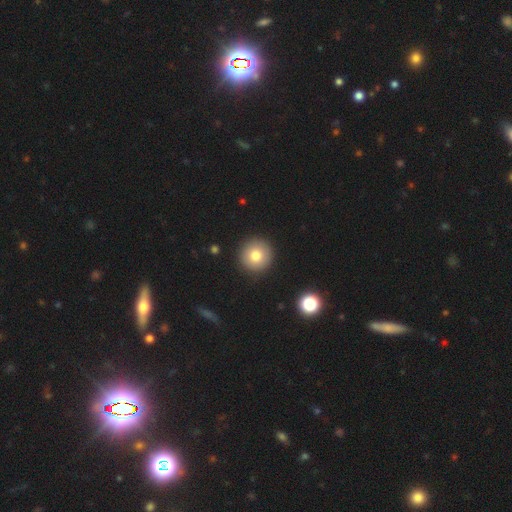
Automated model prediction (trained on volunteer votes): A smooth galaxy with no disk features (79%) that is round (95%).

Vote fractions:
- Smooth or featured? smooth: 79% / featured or disk: 12% / star or artifact: 10%
- How rounded? round: 95% / in between: 4% / cigar-shaped: 1%
- Merging? none: 91% / minor disturbance: 6% / major disturbance: 2% / merger: 1%